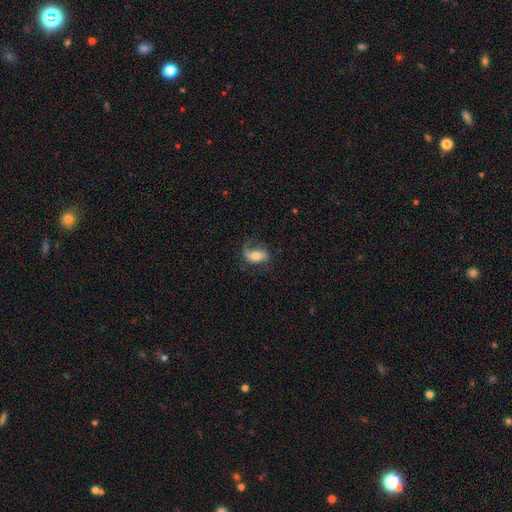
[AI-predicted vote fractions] This appears to be a featured or disk galaxy (57%) with no bar (38%), spiral arms (85%) and a moderate central bulge (65%). Merging: none (58%).